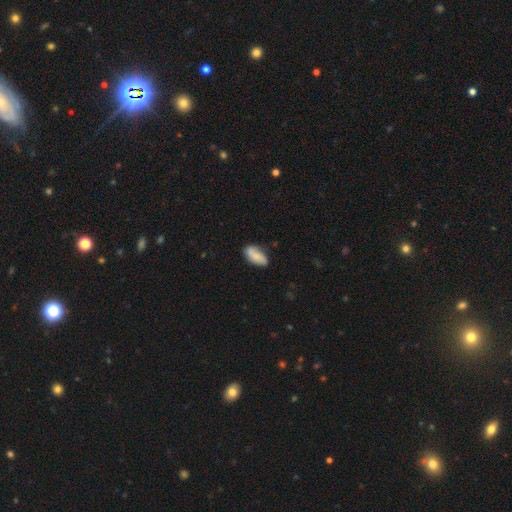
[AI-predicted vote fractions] A smooth galaxy with no disk features (66%) that is in between round and cigar-shaped (89%).

Vote fractions:
- Smooth or featured? smooth: 66% / featured or disk: 27% / star or artifact: 7%
- How rounded? in between: 89% / cigar-shaped: 8% / round: 3%
- Merging? none: 70% / minor disturbance: 23% / major disturbance: 4% / merger: 3%